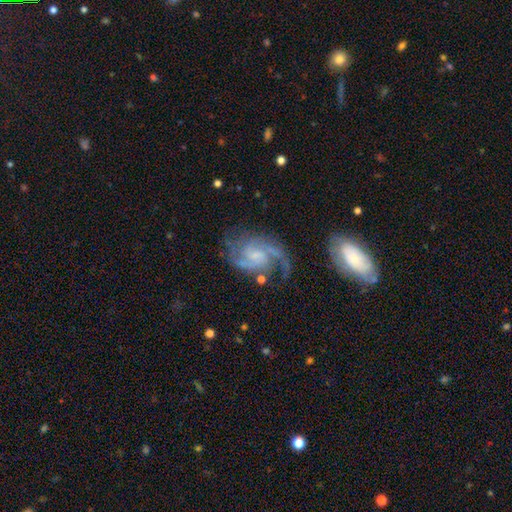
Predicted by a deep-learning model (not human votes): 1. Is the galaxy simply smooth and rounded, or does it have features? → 88% featured or disk, 6% smooth, 6% star or artifact.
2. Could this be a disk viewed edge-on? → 98% no, 2% yes.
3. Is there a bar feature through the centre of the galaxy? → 49% no, 42% weak, 9% strong.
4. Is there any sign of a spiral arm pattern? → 97% yes, 3% no.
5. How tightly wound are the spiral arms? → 54% medium, 24% loose, 22% tight.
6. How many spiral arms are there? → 77% 2, 8% 3, 6% can't tell, 4% 1, 3% 4, 2% more than 4.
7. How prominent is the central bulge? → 51% small, 23% none, 21% moderate, 3% large, 1% dominant.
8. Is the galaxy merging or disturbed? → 65% none, 18% minor disturbance, 13% major disturbance, 5% merger.